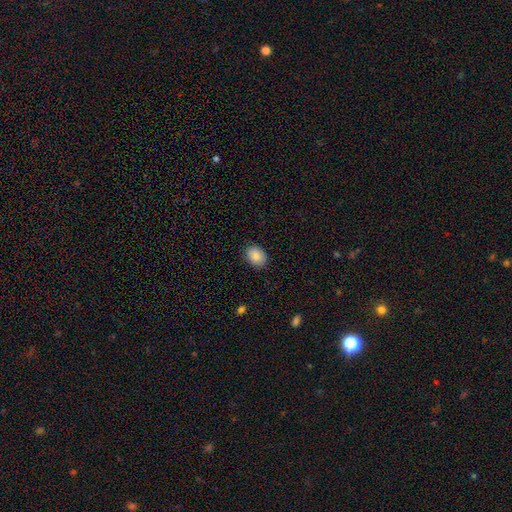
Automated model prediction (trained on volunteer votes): smooth 88%, star or artifact 7%, featured or disk 5%. Down the decision tree: how rounded — in between (65%); merging — none (88%).